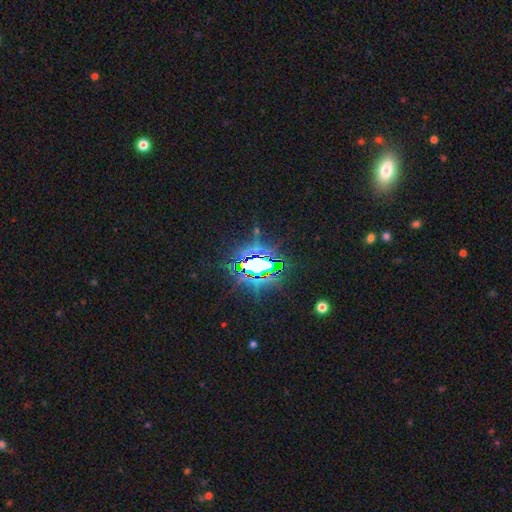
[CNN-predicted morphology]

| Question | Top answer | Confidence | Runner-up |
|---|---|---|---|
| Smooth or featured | star or artifact | 83% | smooth (9%) |